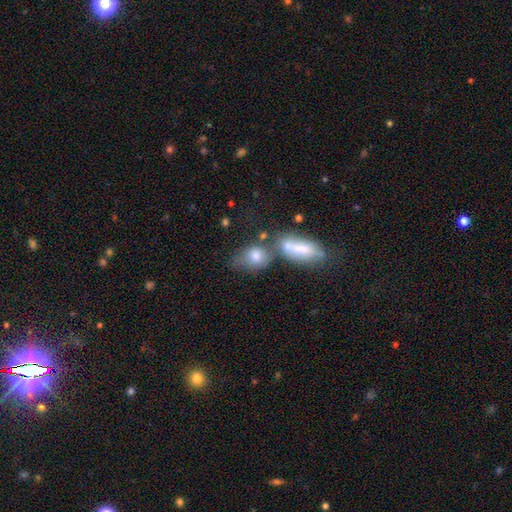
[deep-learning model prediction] Overall: smooth (76%). How rounded: in between (62%; round 34%). Merging: merger (40%; none 35%).